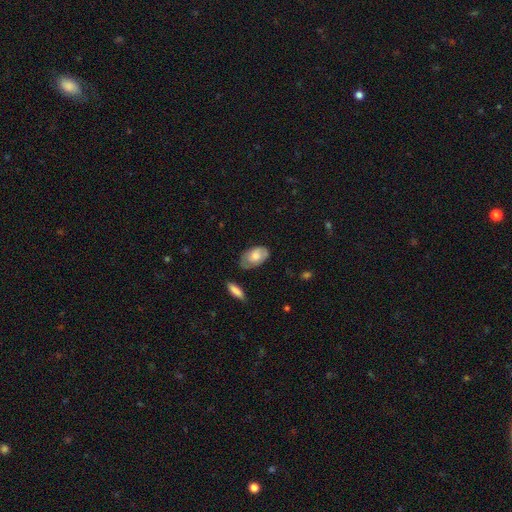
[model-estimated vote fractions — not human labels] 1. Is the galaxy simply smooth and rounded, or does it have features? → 67% smooth, 27% featured or disk, 6% star or artifact.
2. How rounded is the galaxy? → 92% in between, 6% round, 2% cigar-shaped.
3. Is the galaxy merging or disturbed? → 68% none, 24% minor disturbance, 6% major disturbance, 2% merger.